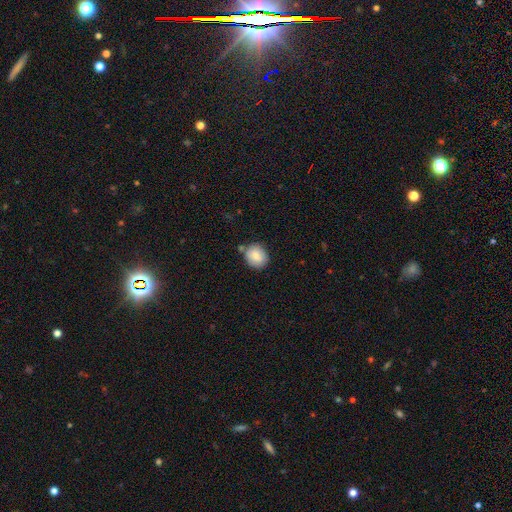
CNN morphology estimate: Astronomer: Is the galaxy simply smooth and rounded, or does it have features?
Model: smooth — 84%.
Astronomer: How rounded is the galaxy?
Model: round — 77%.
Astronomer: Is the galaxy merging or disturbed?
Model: none — 75%.